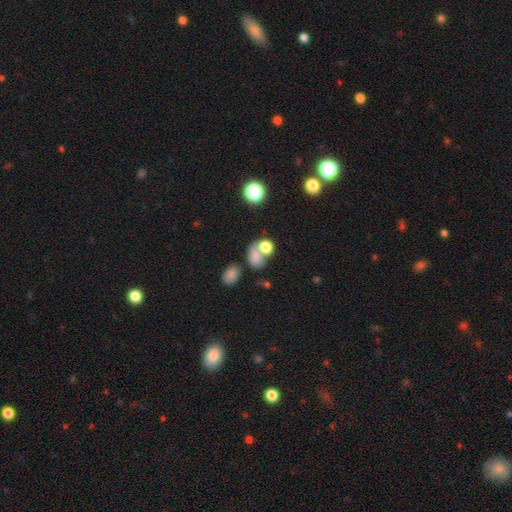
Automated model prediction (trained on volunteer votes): Smooth or featured?
  - smooth: 74% *
  - star or artifact: 14%
  - featured or disk: 12%
How rounded?
  - in between: 61% *
  - round: 38%
  - cigar-shaped: 1%
Merging?
  - merger: 43% *
  - none: 36%
  - minor disturbance: 12%
  - major disturbance: 9%